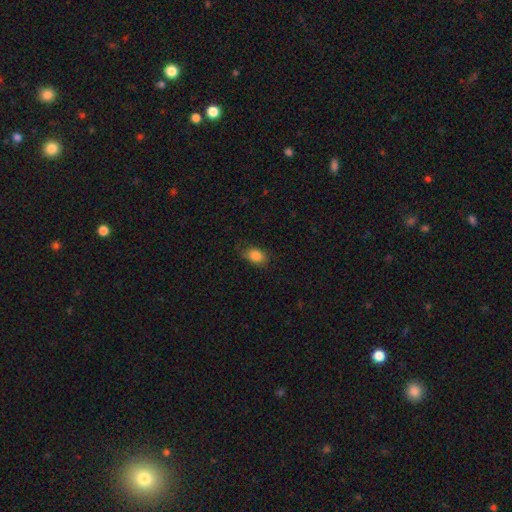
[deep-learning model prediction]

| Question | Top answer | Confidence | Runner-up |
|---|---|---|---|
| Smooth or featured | smooth | 85% | star or artifact (9%) |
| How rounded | in between | 79% | round (18%) |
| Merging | none | 73% | minor disturbance (21%) |